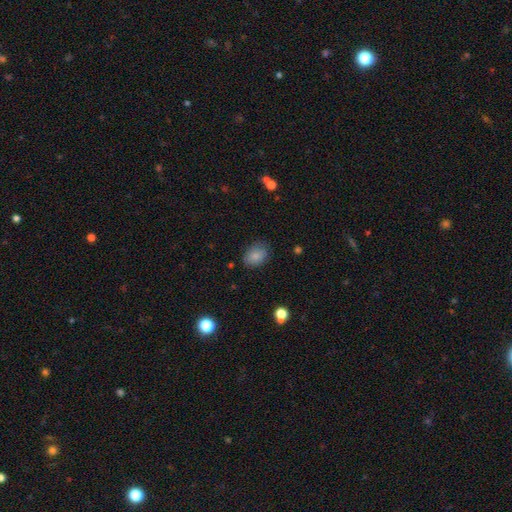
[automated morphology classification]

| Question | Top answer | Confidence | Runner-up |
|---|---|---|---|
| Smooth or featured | smooth | 83% | star or artifact (9%) |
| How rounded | in between | 72% | round (27%) |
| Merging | none | 79% | minor disturbance (16%) |